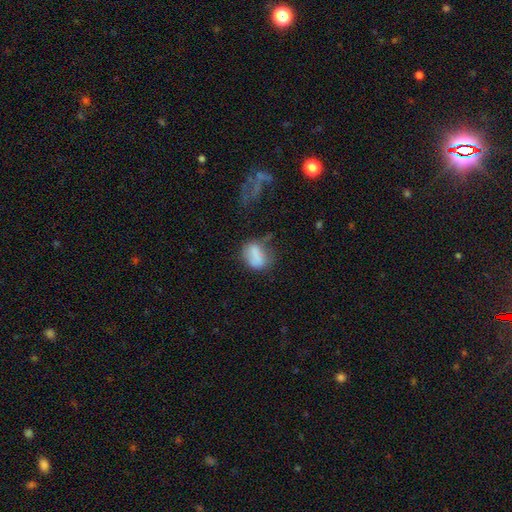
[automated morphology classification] This is likely a smooth galaxy (74%). How rounded: likely in between (72%). Merging: marginally none (43%).